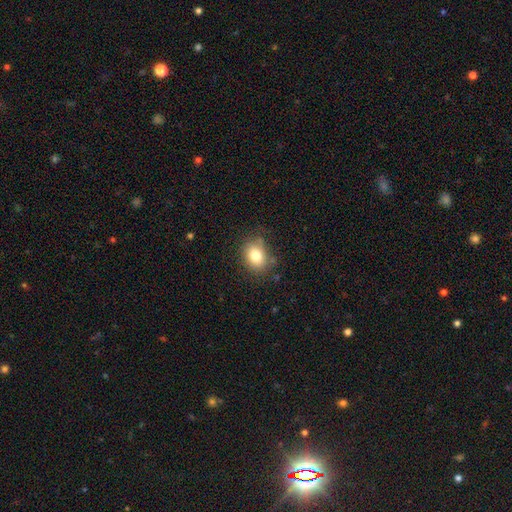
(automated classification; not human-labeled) A smooth galaxy with no disk features (80%) that is in between round and cigar-shaped (54%).

Vote fractions:
- Smooth or featured? smooth: 80% / star or artifact: 10% / featured or disk: 10%
- How rounded? in between: 54% / round: 45% / cigar-shaped: 1%
- Merging? none: 72% / minor disturbance: 20% / major disturbance: 6% / merger: 2%